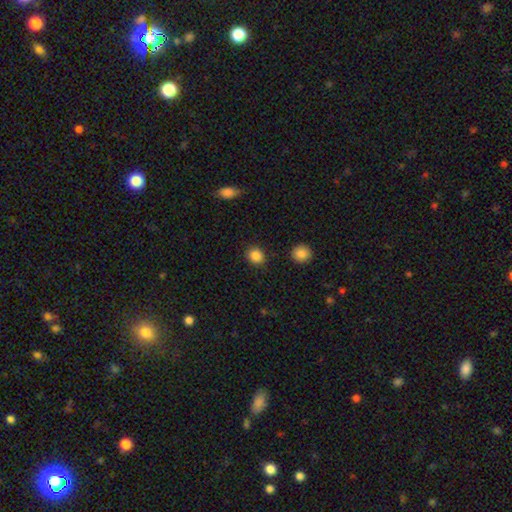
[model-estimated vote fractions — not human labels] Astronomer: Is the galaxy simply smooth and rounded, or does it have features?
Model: smooth — 86%.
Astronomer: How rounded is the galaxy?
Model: round — 79%.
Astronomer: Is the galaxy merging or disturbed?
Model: none — 88%.